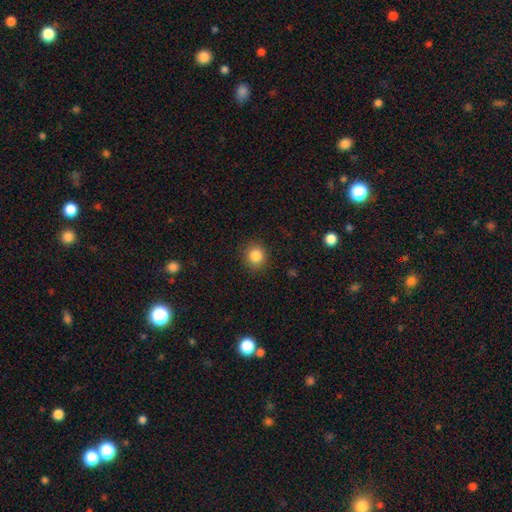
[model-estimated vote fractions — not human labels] Q: Smooth or featured?
A: smooth (85%); runner-up: star or artifact (11%)
Q: How rounded?
A: round (89%); runner-up: in between (11%)
Q: Merging?
A: none (89%); runner-up: minor disturbance (7%)